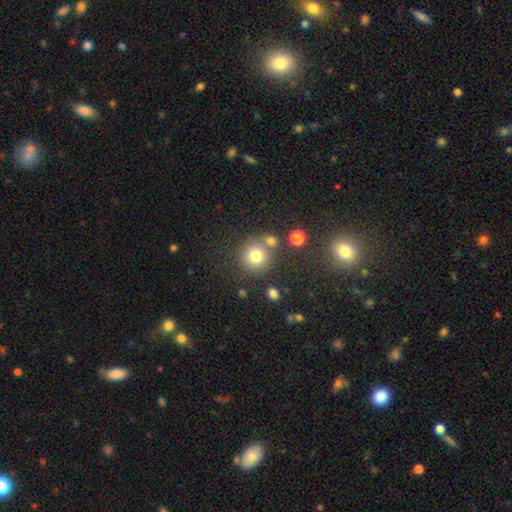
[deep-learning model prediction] Smooth or featured?
  - smooth: 77% *
  - star or artifact: 13%
  - featured or disk: 9%
How rounded?
  - round: 91% *
  - in between: 8%
  - cigar-shaped: 1%
Merging?
  - none: 68% *
  - merger: 18%
  - minor disturbance: 10%
  - major disturbance: 4%